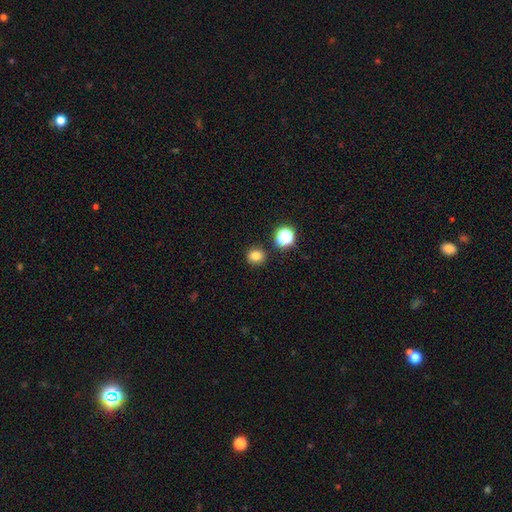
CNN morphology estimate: The model was most divided on "smooth or featured": smooth: 78%, star or artifact: 16%, featured or disk: 6%. More confident: merging — none (87%); how rounded — round (85%).